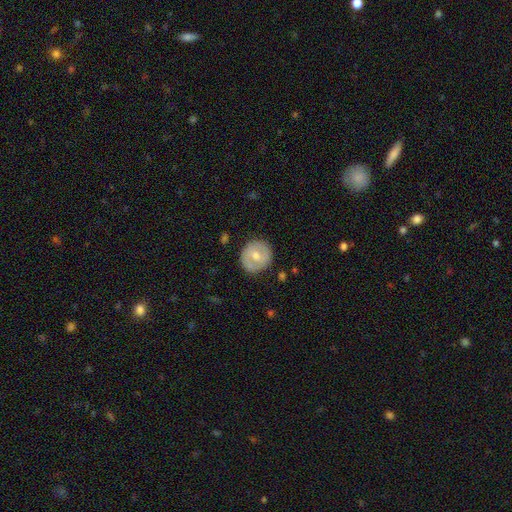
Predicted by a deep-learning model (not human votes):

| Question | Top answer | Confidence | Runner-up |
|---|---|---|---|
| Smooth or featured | smooth | 50% | featured or disk (44%) |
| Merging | none | 83% | minor disturbance (12%) |